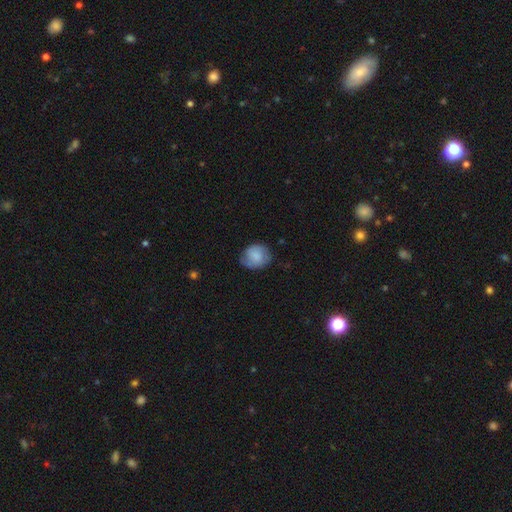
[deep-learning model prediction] Morphology: type=smooth (73%); roundness=round (58%); merging=none (61%).